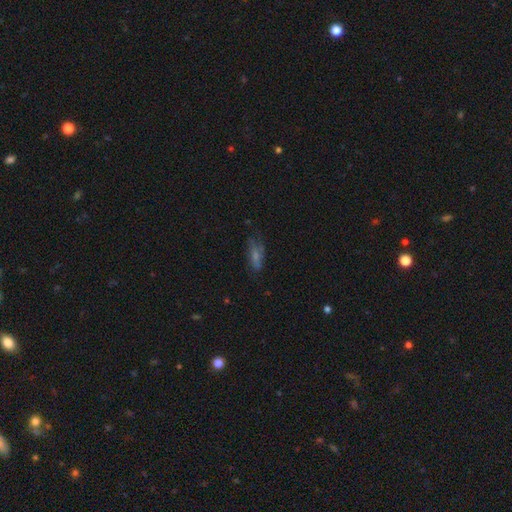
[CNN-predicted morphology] Smooth or featured? smooth (50%)
How rounded? in between (62%)
Merging? none (66%)